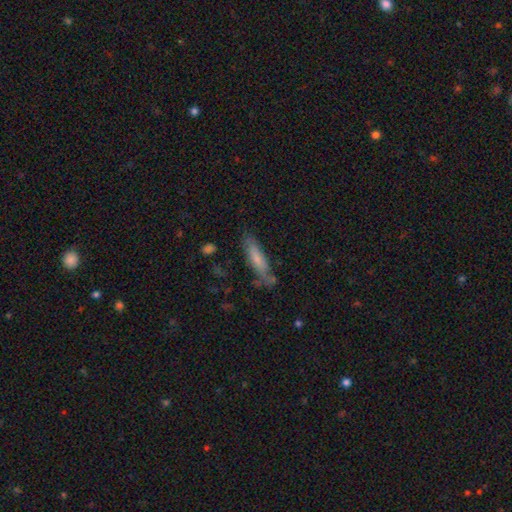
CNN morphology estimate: Smooth or featured?
  - smooth: 62% *
  - featured or disk: 30%
  - star or artifact: 8%
How rounded?
  - cigar-shaped: 77% *
  - in between: 21%
  - round: 2%
Merging?
  - none: 71% *
  - minor disturbance: 19%
  - major disturbance: 5%
  - merger: 5%